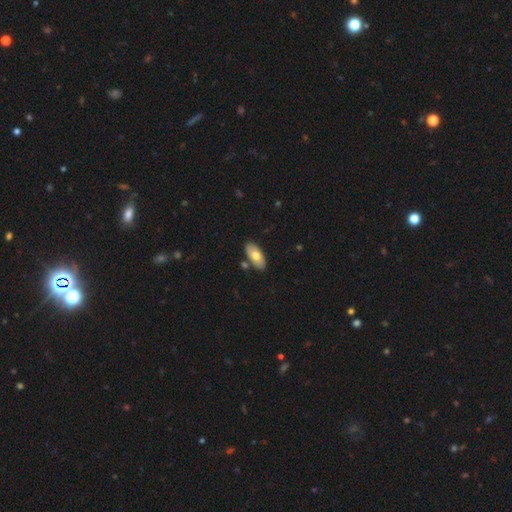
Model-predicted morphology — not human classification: A smooth galaxy with no disk features (68%) that is in between round and cigar-shaped (92%). Merging: none (82%).